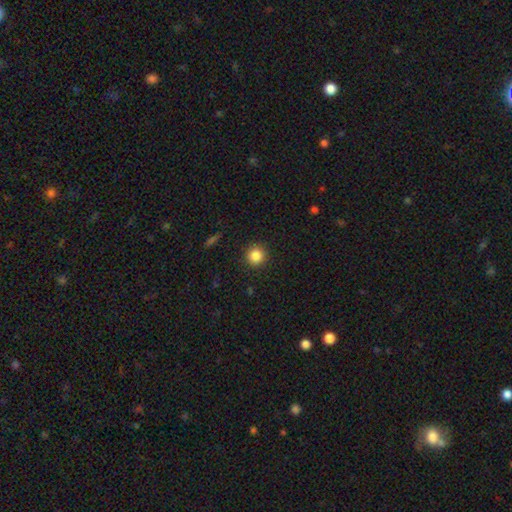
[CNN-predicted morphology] Smooth or featured: smooth — 85% (star or artifact — 10%)
How rounded: round — 94% (in between — 5%)
Merging: none — 91% (minor disturbance — 6%)